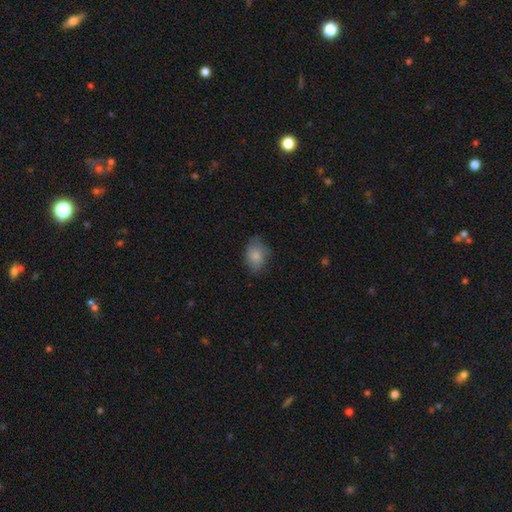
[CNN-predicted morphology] Smooth or featured?
  - smooth: 83% *
  - featured or disk: 9%
  - star or artifact: 8%
How rounded?
  - in between: 69% *
  - round: 30%
  - cigar-shaped: 1%
Merging?
  - none: 66% *
  - minor disturbance: 26%
  - major disturbance: 7%
  - merger: 1%